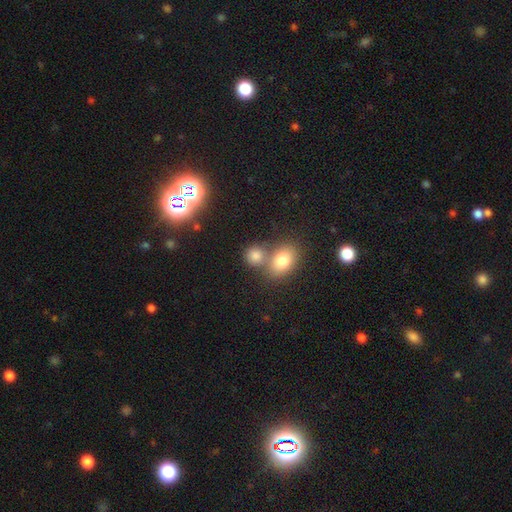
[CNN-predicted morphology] smooth 78%, star or artifact 14%, featured or disk 9%. Down the decision tree: how rounded — round (66%); merging — none (51%).